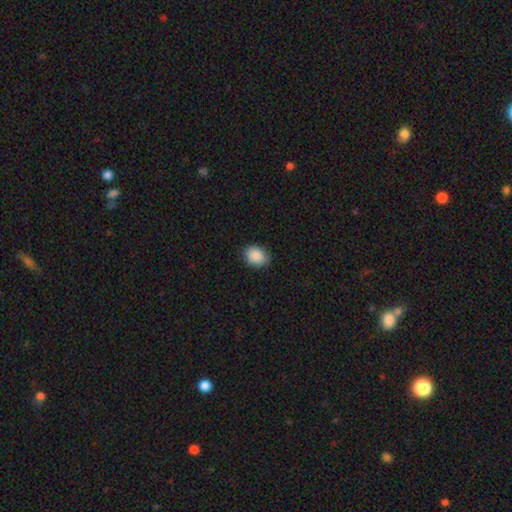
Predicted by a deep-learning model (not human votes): Overall: smooth (89%). How rounded: in between (55%; round 44%). Merging: none (86%).